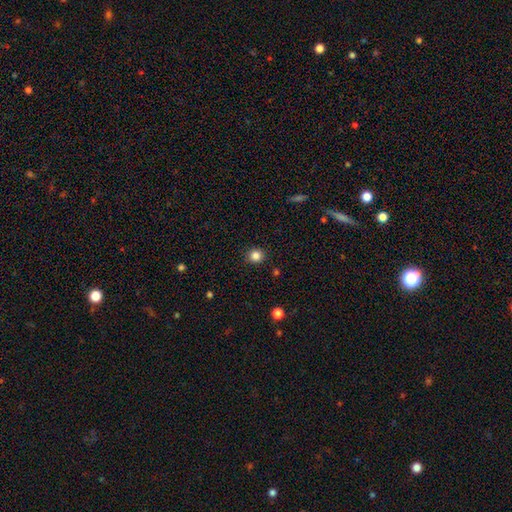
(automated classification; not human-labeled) This appears to be a smooth galaxy with no disk features (84%) that is round (90%). Merging: none (91%).